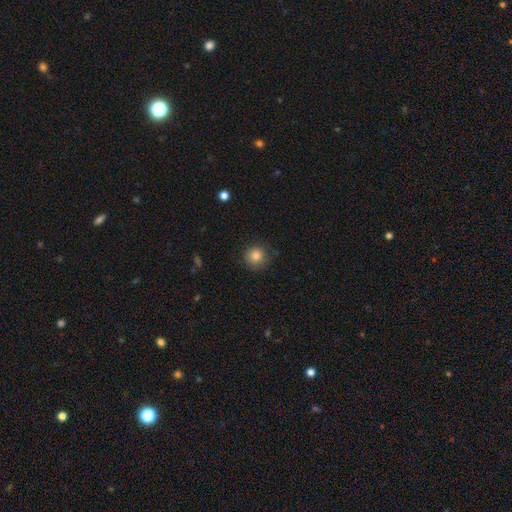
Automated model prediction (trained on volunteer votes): Q: Smooth or featured?
A: smooth (84%); runner-up: star or artifact (10%)
Q: How rounded?
A: round (93%); runner-up: in between (6%)
Q: Merging?
A: none (84%); runner-up: minor disturbance (12%)